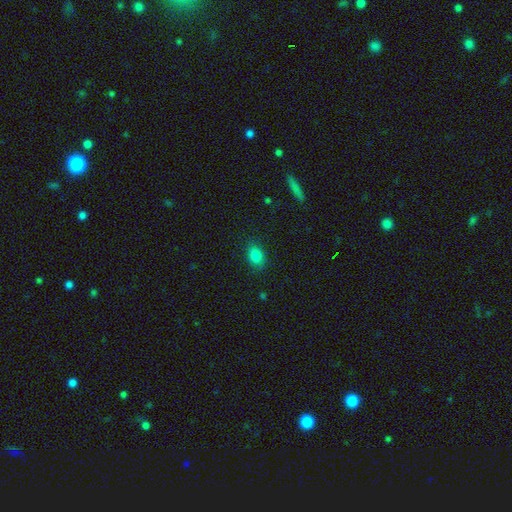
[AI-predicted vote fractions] smooth 82%, star or artifact 11%, featured or disk 7%. Down the decision tree: how rounded — in between (74%); merging — none (86%).